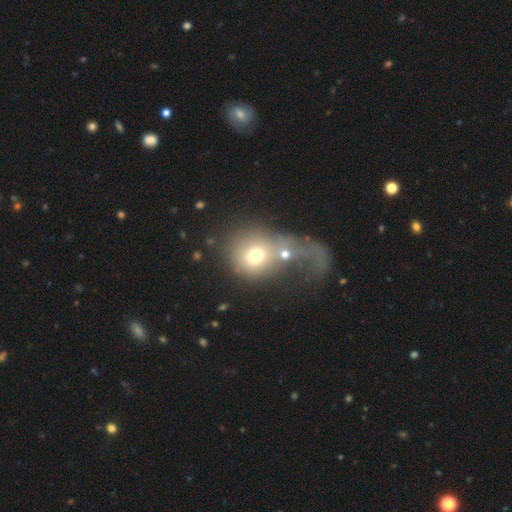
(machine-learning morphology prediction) Smooth or featured? Predicted: smooth (p=0.63). How rounded? Predicted: round (p=0.78). Merging? Predicted: merger (p=0.54).